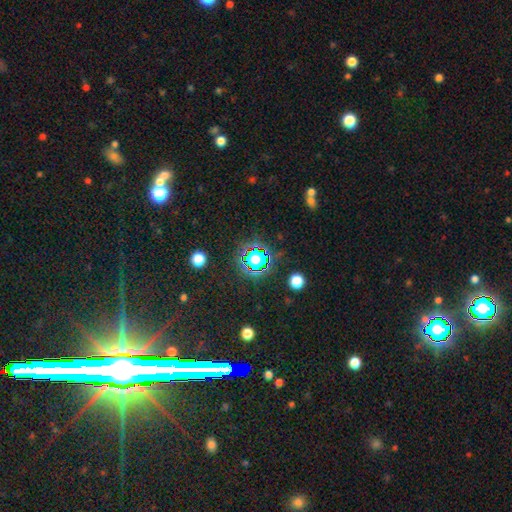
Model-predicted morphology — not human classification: smooth-or-featured: star or artifact: 61% | smooth: 28% | featured or disk: 11%